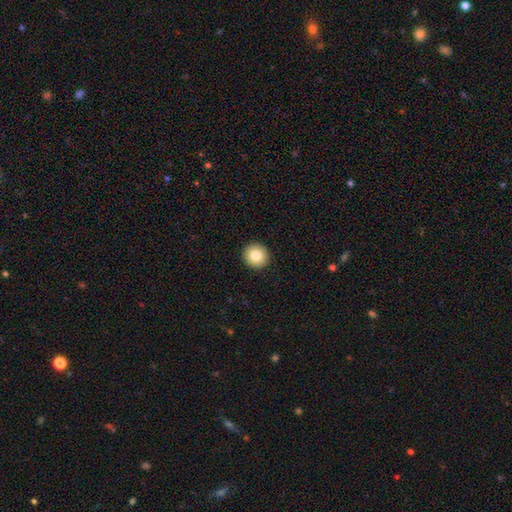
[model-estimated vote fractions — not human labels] smooth 82%, star or artifact 9%, featured or disk 9%. Down the decision tree: how rounded — round (94%); merging — none (94%).